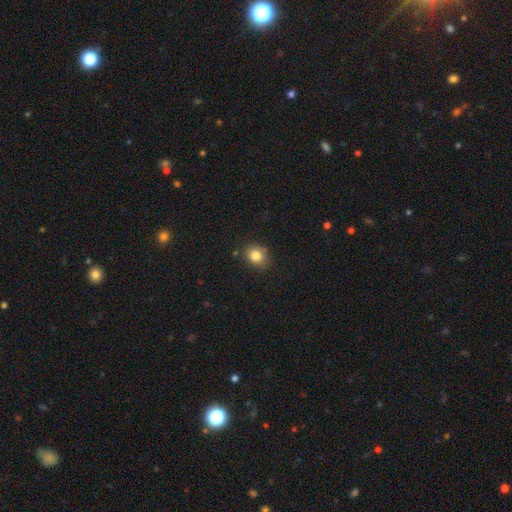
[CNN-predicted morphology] This is clearly a smooth galaxy (82%). How rounded: possibly round (59%). Merging: likely none (78%).